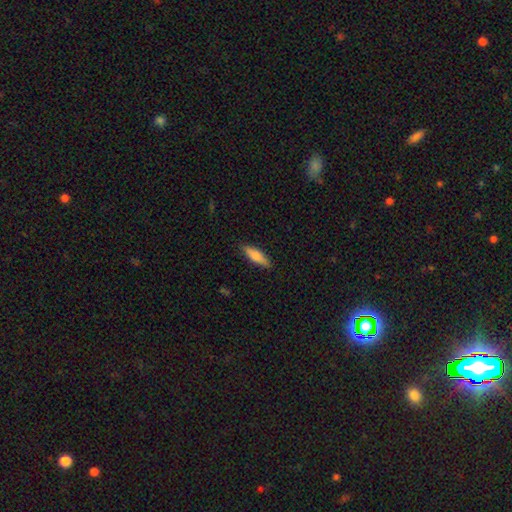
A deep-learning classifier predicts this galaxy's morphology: Overall: smooth (75%). How rounded: cigar-shaped (57%; in between 41%). Merging: none (87%).